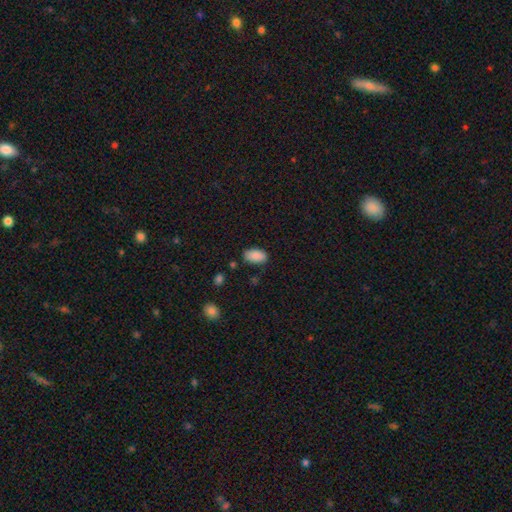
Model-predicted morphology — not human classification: Smooth or featured? Predicted: smooth (p=0.89). How rounded? Predicted: in between (p=0.94). Merging? Predicted: none (p=0.81).